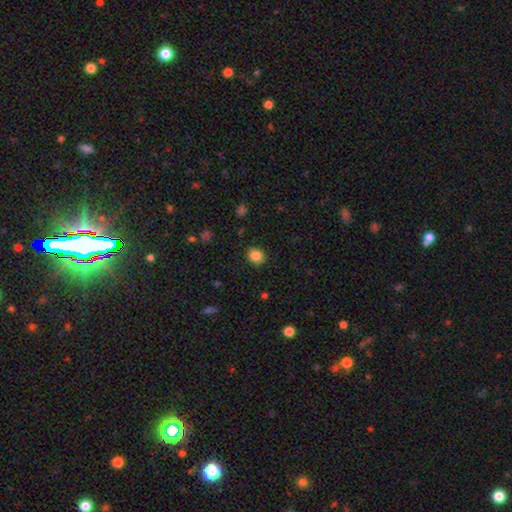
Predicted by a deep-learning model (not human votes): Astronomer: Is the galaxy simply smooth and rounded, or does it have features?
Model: smooth — 85%.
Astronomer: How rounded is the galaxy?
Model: round — 77%.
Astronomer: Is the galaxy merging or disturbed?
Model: none — 89%.